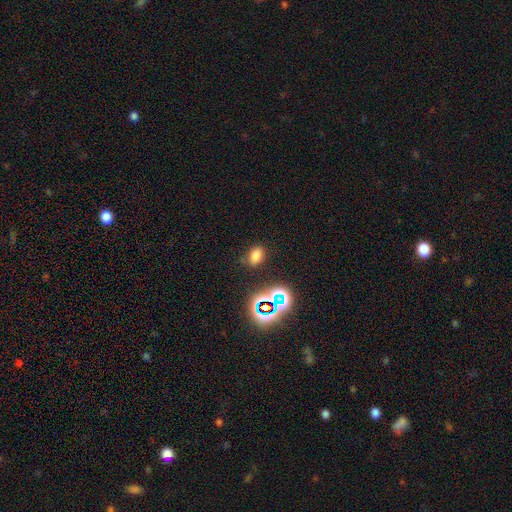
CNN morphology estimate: Smooth or featured: smooth — 70% (star or artifact — 23%)
How rounded: in between — 82% (round — 16%)
Merging: none — 79% (minor disturbance — 12%)